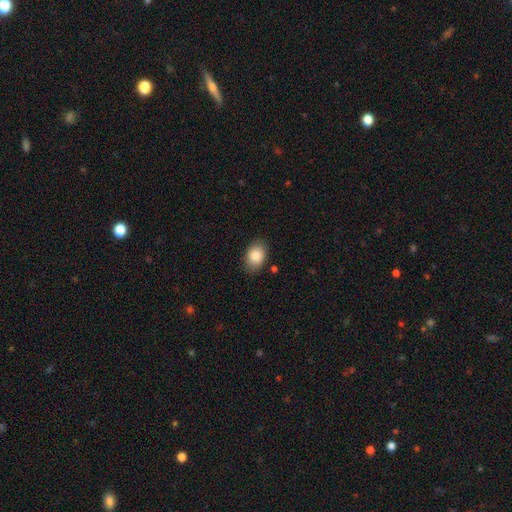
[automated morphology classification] smooth 86%, star or artifact 7%, featured or disk 7%. Down the decision tree: how rounded — in between (79%); merging — none (85%).